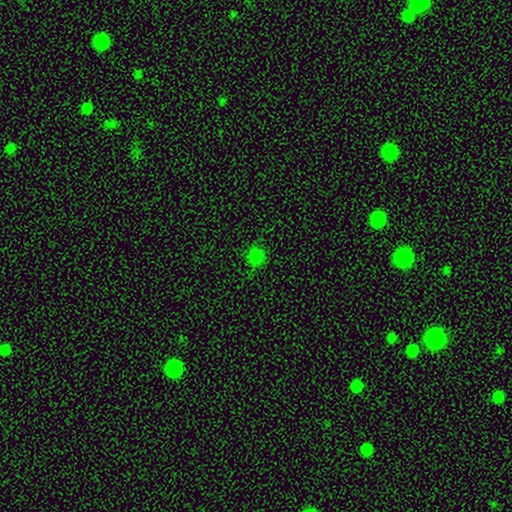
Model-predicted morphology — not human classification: This appears to be a smooth galaxy with no disk features (73%) that is round (82%). Merging: none (83%).